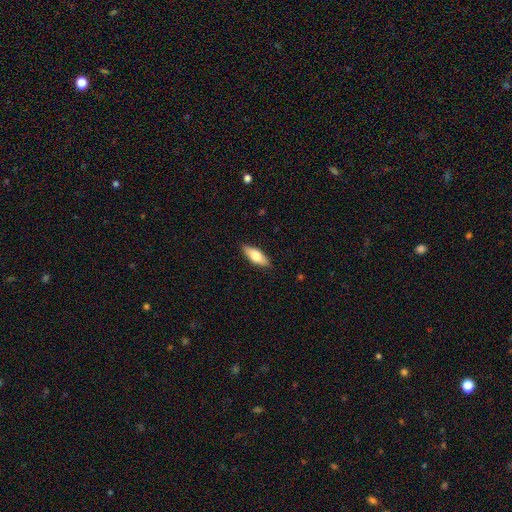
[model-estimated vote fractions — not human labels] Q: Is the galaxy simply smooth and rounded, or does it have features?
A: smooth — 67%.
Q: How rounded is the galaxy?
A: in between — 74%.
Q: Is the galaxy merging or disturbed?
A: none — 87%.